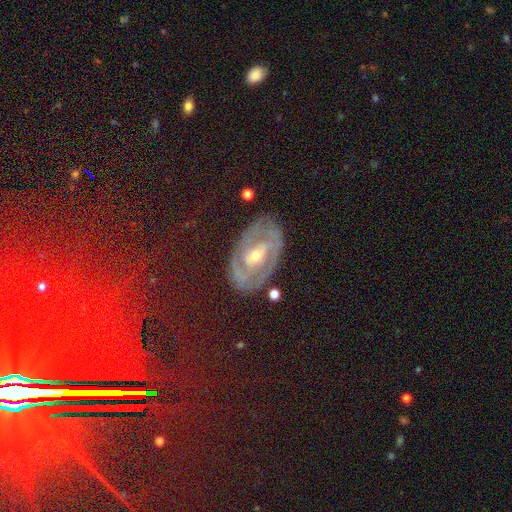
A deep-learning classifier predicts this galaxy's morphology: Q: Smooth or featured?
A: featured or disk (77%); runner-up: smooth (13%)
Q: Edge-on disk?
A: no (94%); runner-up: yes (6%)
Q: Bar?
A: weak (40%); tied with: no (40%)
Q: Spiral arms?
A: yes (75%); runner-up: no (25%)
Q: Spiral winding?
A: tight (59%); runner-up: medium (30%)
Q: Spiral arm count?
A: 2 (53%); runner-up: can't tell (30%)
Q: Bulge size?
A: moderate (52%); runner-up: small (44%)
Q: Merging?
A: none (73%); runner-up: minor disturbance (17%)